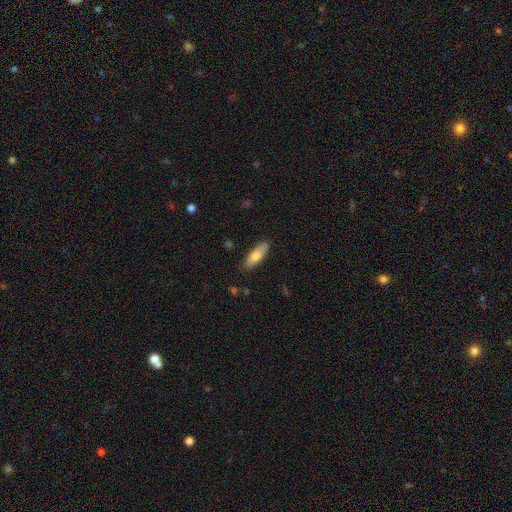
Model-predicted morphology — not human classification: smooth_or_featured: smooth (p=0.74) [alt: featured or disk p=0.20]
how_rounded: in between (p=0.58) [alt: cigar-shaped p=0.40]
merging: none (p=0.85) [alt: minor disturbance p=0.11]